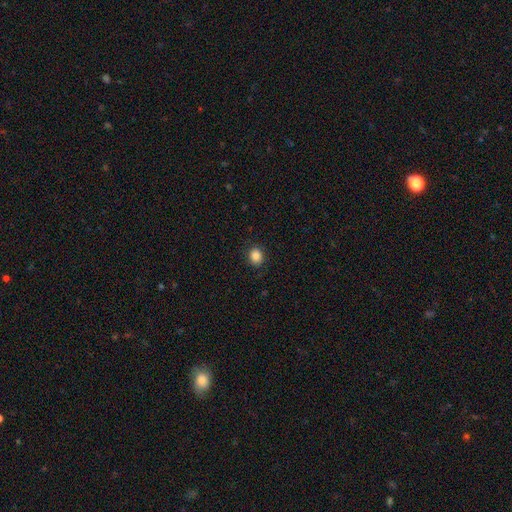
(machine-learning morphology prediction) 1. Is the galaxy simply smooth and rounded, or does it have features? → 87% smooth, 10% star or artifact, 3% featured or disk.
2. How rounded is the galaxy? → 71% round, 29% in between, 1% cigar-shaped.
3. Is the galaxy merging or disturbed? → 89% none, 8% minor disturbance, 2% major disturbance, 1% merger.